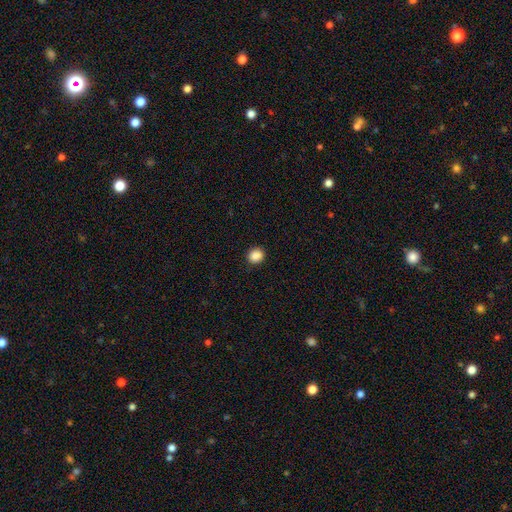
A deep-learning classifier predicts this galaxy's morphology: smooth_or_featured: smooth (p=0.88) [alt: star or artifact p=0.09]
how_rounded: round (p=0.79) [alt: in between p=0.20]
merging: none (p=0.91) [alt: minor disturbance p=0.06]